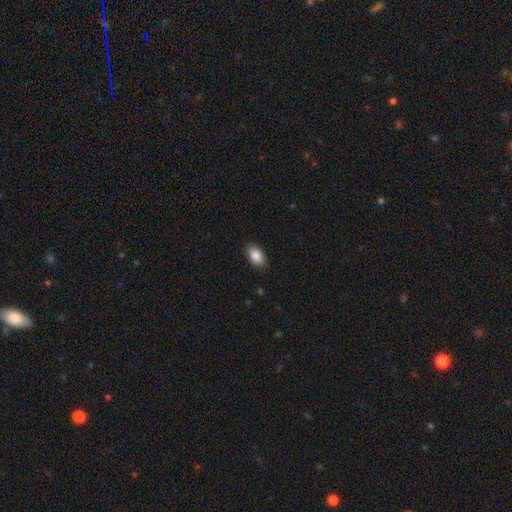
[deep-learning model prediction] Smooth or featured: smooth — 86% (star or artifact — 7%)
How rounded: in between — 90% (round — 8%)
Merging: none — 88% (minor disturbance — 9%)